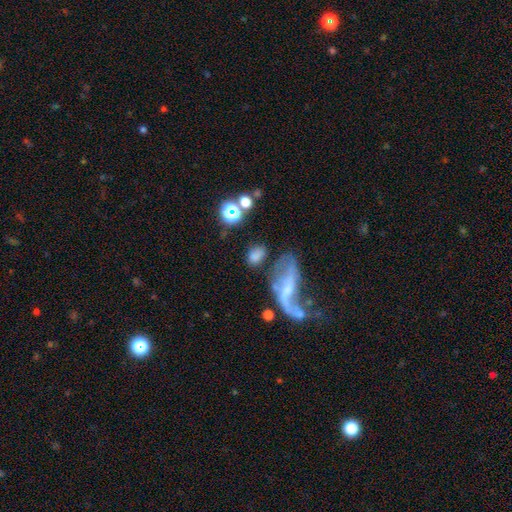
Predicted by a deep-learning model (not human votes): A smooth galaxy with no disk features (65%) that is in between round and cigar-shaped (79%).

Vote fractions:
- Smooth or featured? smooth: 65% / featured or disk: 22% / star or artifact: 13%
- How rounded? in between: 79% / round: 18% / cigar-shaped: 4%
- Merging? none: 44% / major disturbance: 19% / merger: 19% / minor disturbance: 18%